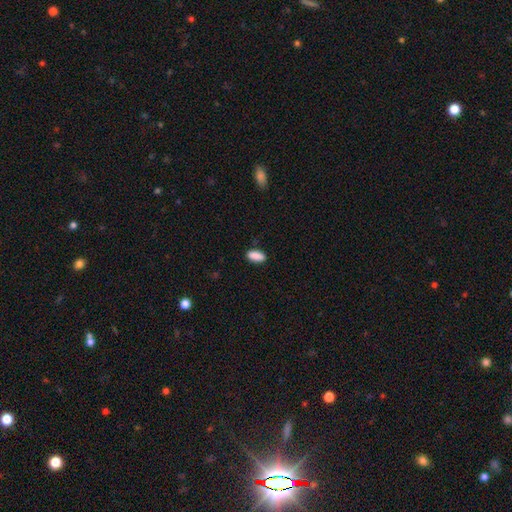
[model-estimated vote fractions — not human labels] smooth 90%, star or artifact 7%, featured or disk 3%. Down the decision tree: how rounded — in between (87%); merging — none (87%).